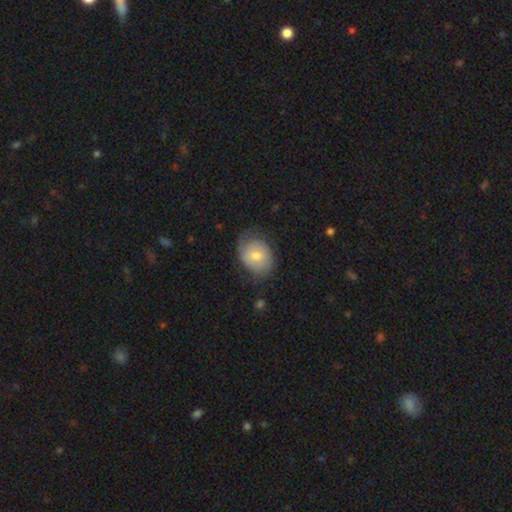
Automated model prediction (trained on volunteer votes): A smooth galaxy with no disk features (64%) that is in between round and cigar-shaped (57%). Merging: none (61%).